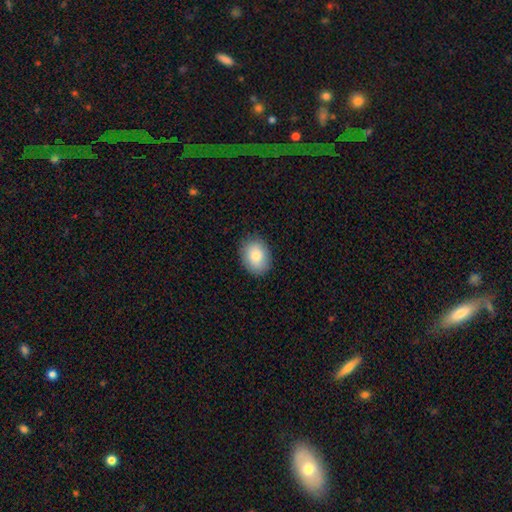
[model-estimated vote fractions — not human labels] Smooth or featured: smooth — 84% (featured or disk — 9%)
How rounded: in between — 65% (round — 34%)
Merging: none — 86% (minor disturbance — 10%)